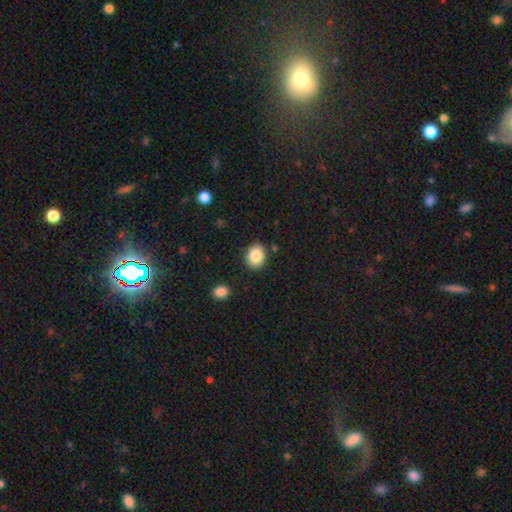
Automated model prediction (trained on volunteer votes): Smooth or featured? Predicted: smooth (p=0.87). How rounded? Predicted: in between (p=0.54). Merging? Predicted: none (p=0.87).